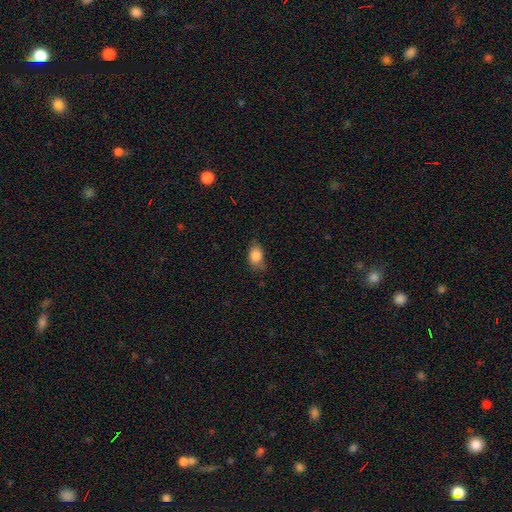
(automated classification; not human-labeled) smooth 85%, star or artifact 8%, featured or disk 7%. Down the decision tree: how rounded — in between (78%); merging — none (63%).